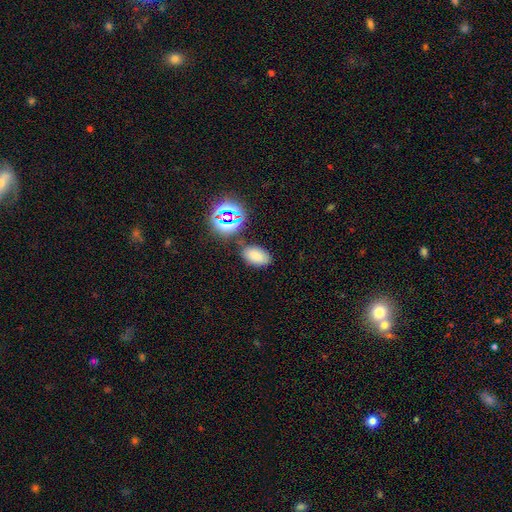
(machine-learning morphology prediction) Q: Smooth or featured?
A: smooth (74%); runner-up: star or artifact (19%)
Q: How rounded?
A: in between (90%); runner-up: round (8%)
Q: Merging?
A: none (79%); runner-up: minor disturbance (12%)